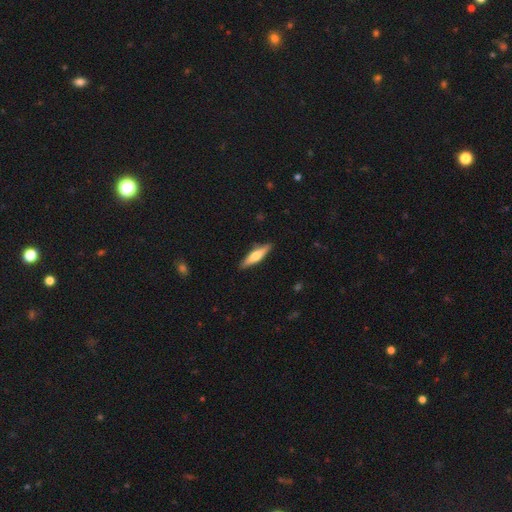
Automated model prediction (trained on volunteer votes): Smooth or featured?
  - smooth: 50% *
  - featured or disk: 44%
  - star or artifact: 5%
How rounded?
  - cigar-shaped: 78% *
  - in between: 20%
  - round: 2%
Merging?
  - none: 89% *
  - minor disturbance: 8%
  - major disturbance: 2%
  - merger: 1%